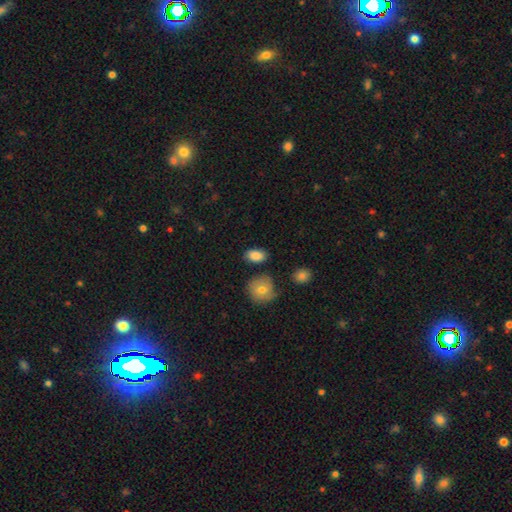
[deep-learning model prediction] Q: Smooth or featured?
A: smooth (86%); runner-up: star or artifact (8%)
Q: How rounded?
A: in between (83%); runner-up: round (15%)
Q: Merging?
A: none (79%); runner-up: minor disturbance (14%)